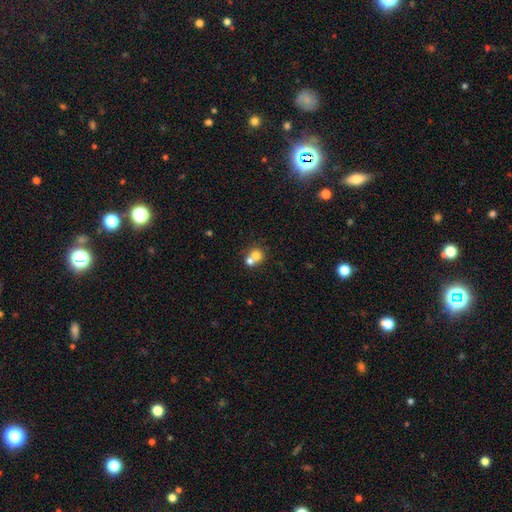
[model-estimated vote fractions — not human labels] Overall: smooth (72%). How rounded: round (82%). Merging: merger (54%; none 37%).